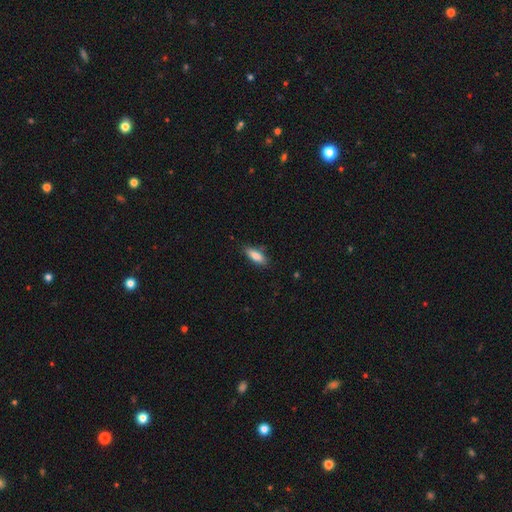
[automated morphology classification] Smooth or featured? smooth (84%)
How rounded? in between (67%)
Merging? none (80%)